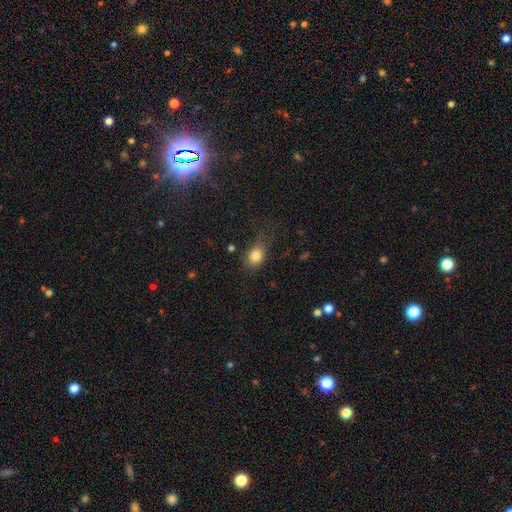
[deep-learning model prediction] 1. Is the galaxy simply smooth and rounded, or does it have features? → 81% smooth, 12% star or artifact, 8% featured or disk.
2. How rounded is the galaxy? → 58% round, 40% in between, 1% cigar-shaped.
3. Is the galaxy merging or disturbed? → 59% none, 27% minor disturbance, 12% major disturbance, 2% merger.